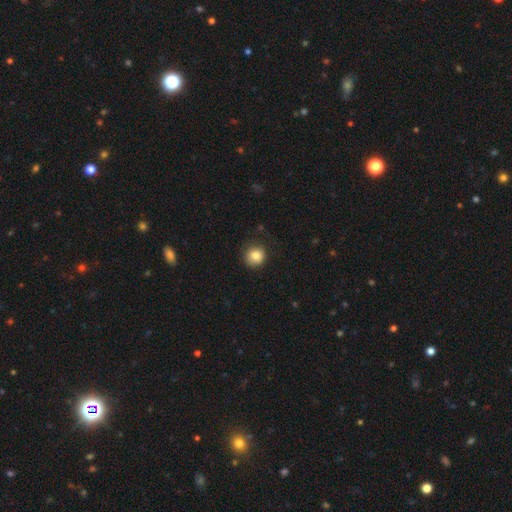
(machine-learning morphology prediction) Smooth or featured?
  - smooth: 84% *
  - star or artifact: 10%
  - featured or disk: 7%
How rounded?
  - round: 88% *
  - in between: 11%
  - cigar-shaped: 1%
Merging?
  - none: 80% *
  - minor disturbance: 15%
  - major disturbance: 4%
  - merger: 1%